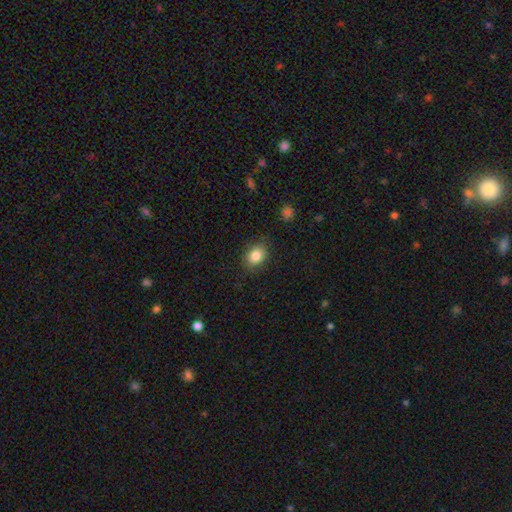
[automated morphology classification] type=smooth (85%); roundness=in between (56%); merging=none (84%).